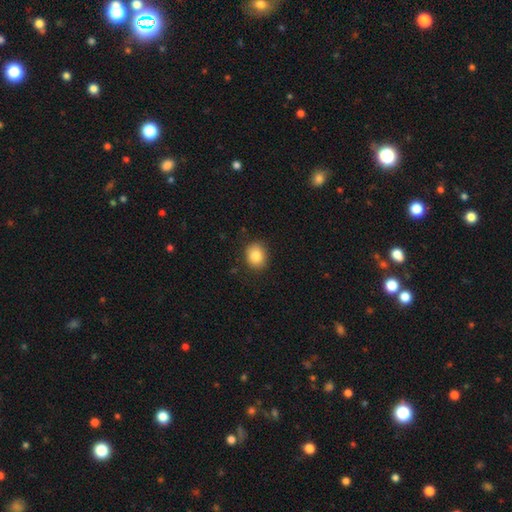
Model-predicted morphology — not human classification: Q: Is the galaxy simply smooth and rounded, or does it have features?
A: smooth — 84%.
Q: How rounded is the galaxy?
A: round — 61%.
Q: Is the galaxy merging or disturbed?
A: none — 85%.